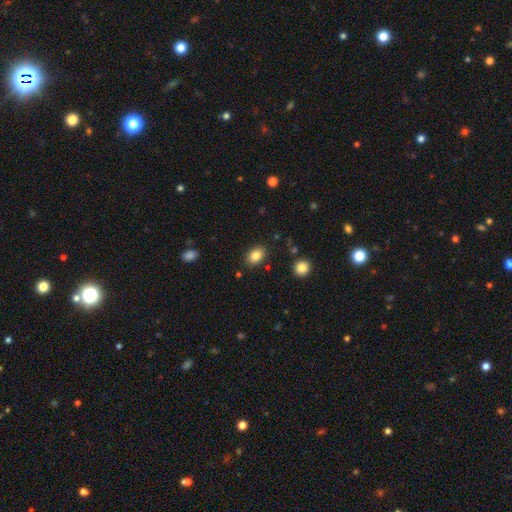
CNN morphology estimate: This is clearly a smooth galaxy (84%). How rounded: likely in between (78%). Merging: clearly none (86%).